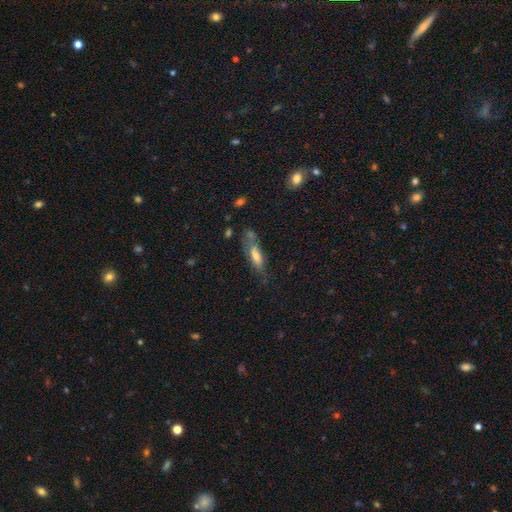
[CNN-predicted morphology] Smooth or featured?
  - smooth: 57% *
  - featured or disk: 34%
  - star or artifact: 9%
How rounded?
  - in between: 49% * (tied)
  - cigar-shaped: 49% * (tied)
  - round: 2%
Merging?
  - none: 51% *
  - minor disturbance: 25%
  - major disturbance: 15%
  - merger: 9%